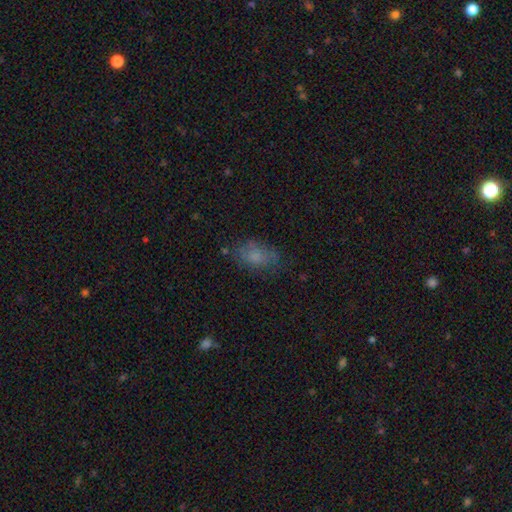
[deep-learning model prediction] Smooth or featured: smooth — 69% (featured or disk — 18%)
How rounded: in between — 86% (round — 11%)
Merging: none — 64% (minor disturbance — 23%)